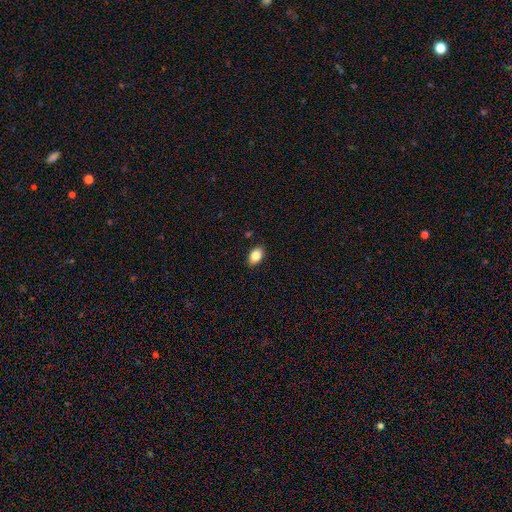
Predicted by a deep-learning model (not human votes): Morphology: type=smooth (84%); roundness=in between (82%); merging=none (88%).